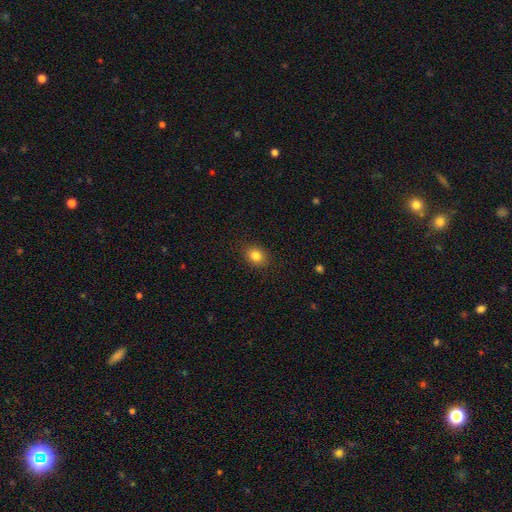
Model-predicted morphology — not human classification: Overall: smooth (82%). How rounded: round (51%; in between 48%). Merging: none (88%).